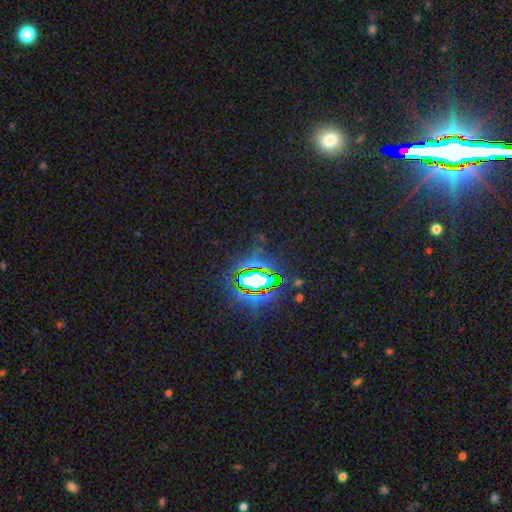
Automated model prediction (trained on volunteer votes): Smooth or featured? Predicted: star or artifact (p=0.83).